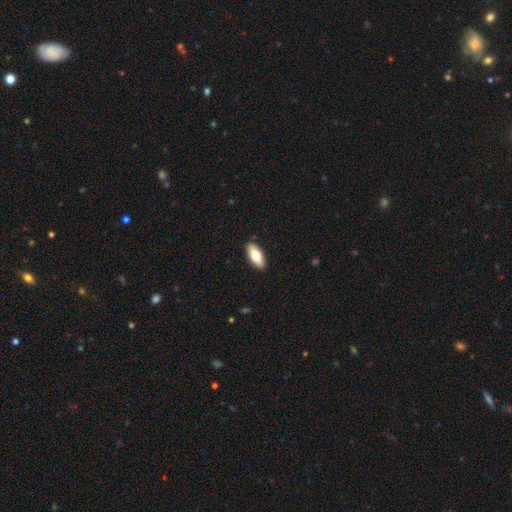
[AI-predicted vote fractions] Overall: smooth (75%). How rounded: in between (84%). Merging: none (90%).